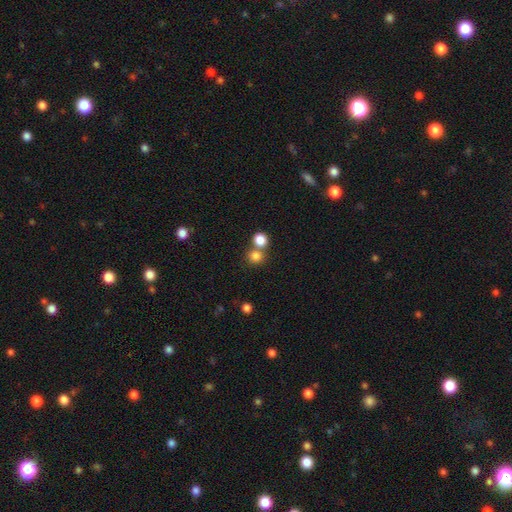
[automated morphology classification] Overall: smooth (81%). How rounded: round (87%). Merging: none (58%; merger 34%).